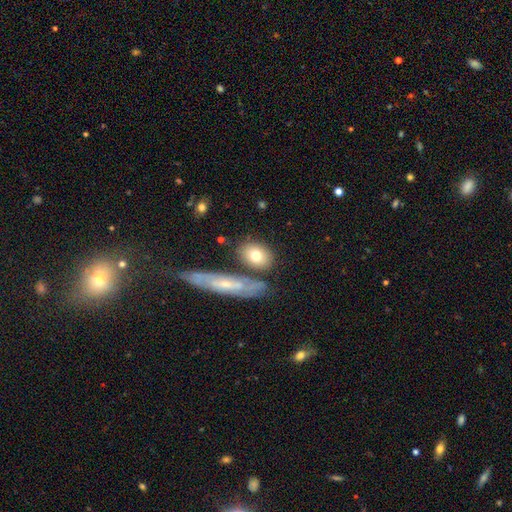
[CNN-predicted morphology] Smooth or featured?
  - smooth: 72% *
  - featured or disk: 22%
  - star or artifact: 6%
How rounded?
  - in between: 61% *
  - round: 29%
  - cigar-shaped: 10%
Merging?
  - none: 64% *
  - merger: 17%
  - minor disturbance: 14%
  - major disturbance: 5%